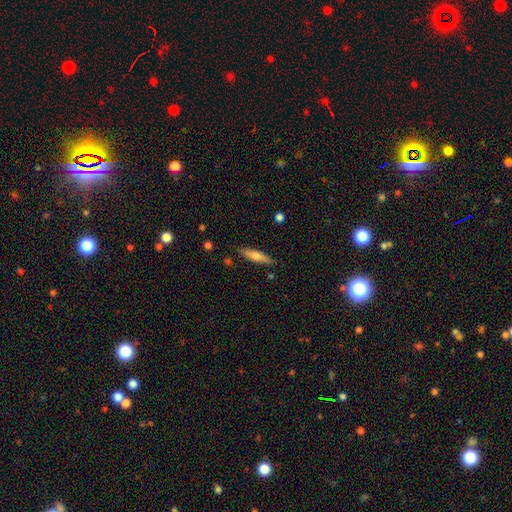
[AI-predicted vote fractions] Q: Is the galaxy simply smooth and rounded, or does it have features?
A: smooth — 56%.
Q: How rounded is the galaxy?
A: cigar-shaped — 77%.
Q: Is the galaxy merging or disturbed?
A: none — 86%.